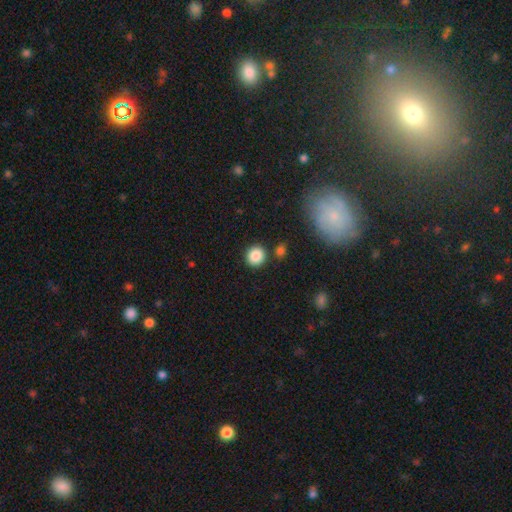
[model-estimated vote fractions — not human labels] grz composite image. It shows a smooth galaxy with no disk features (86%) that is round (91%). Merging: none (84%).